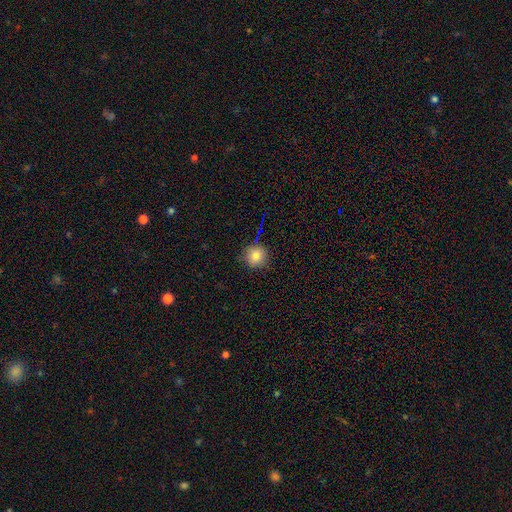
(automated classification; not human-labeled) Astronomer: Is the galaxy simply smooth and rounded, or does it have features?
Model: smooth — 81%.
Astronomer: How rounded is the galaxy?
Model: round — 92%.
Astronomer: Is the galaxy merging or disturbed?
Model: none — 85%.